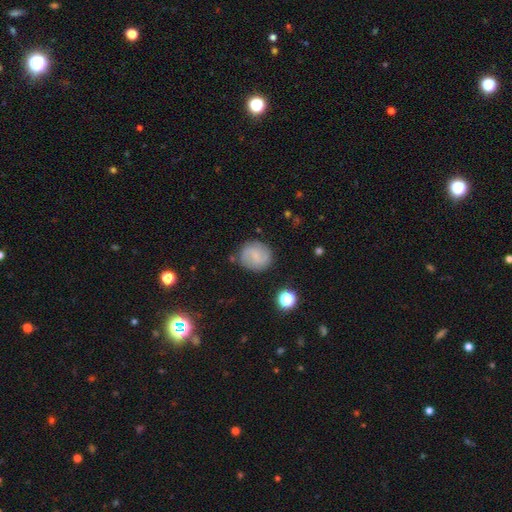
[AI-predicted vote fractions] featured or disk 56%, smooth 36%, star or artifact 9%. Down the decision tree: edge-on disk — no (98%); bar — weak (49%); spiral arms — yes (89%); bulge size — small (64%); merging — none (81%).